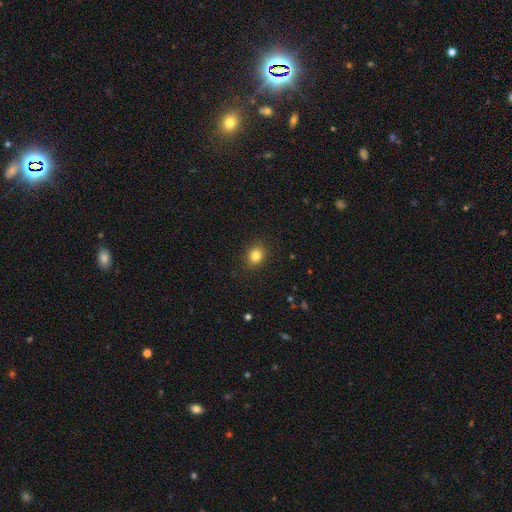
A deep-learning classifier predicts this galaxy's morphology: type=smooth (82%); roundness=round (59%); merging=none (88%).